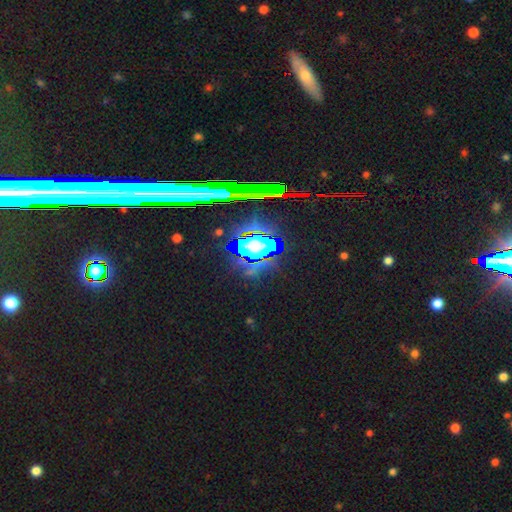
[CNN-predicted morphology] star or artifact 69%, featured or disk 17%, smooth 15%.